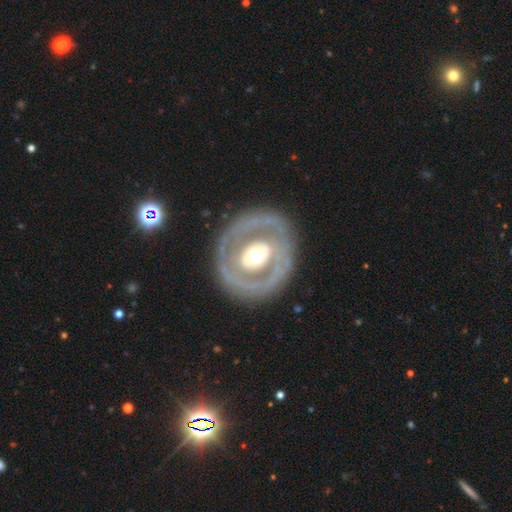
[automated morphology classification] The model was most divided on "bar": no: 52%, weak: 28%, strong: 20%. More confident: edge-on disk — no (93%); merging — none (79%); smooth or featured — featured or disk (73%); spiral arms — no (71%); bulge size — moderate (65%).